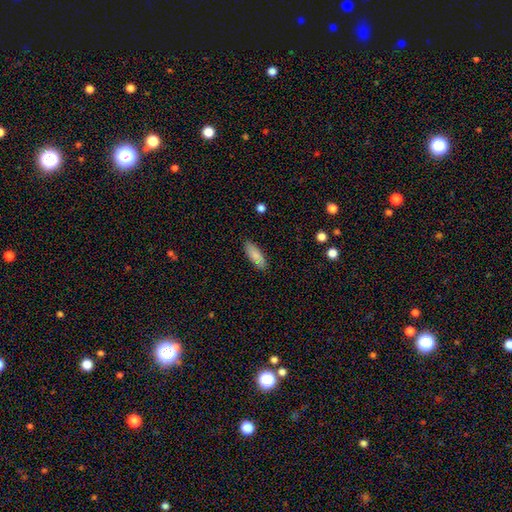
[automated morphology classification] smooth_or_featured: smooth (p=0.83) [alt: featured or disk p=0.10]
how_rounded: in between (p=0.67) [alt: cigar-shaped p=0.31]
merging: none (p=0.84) [alt: minor disturbance p=0.12]